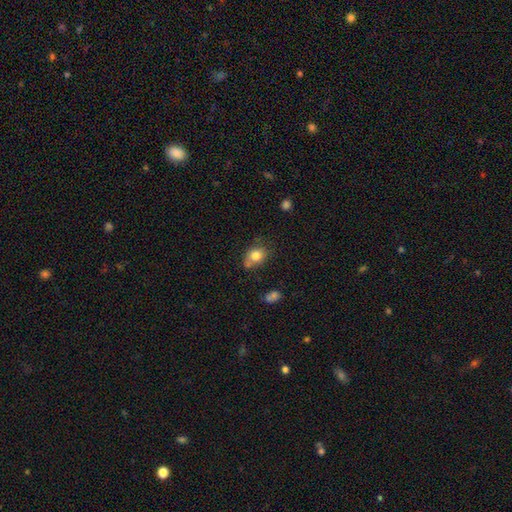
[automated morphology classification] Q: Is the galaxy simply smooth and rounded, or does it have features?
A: smooth — 80%.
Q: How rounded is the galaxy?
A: round — 56%.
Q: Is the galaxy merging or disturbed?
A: none — 58%.